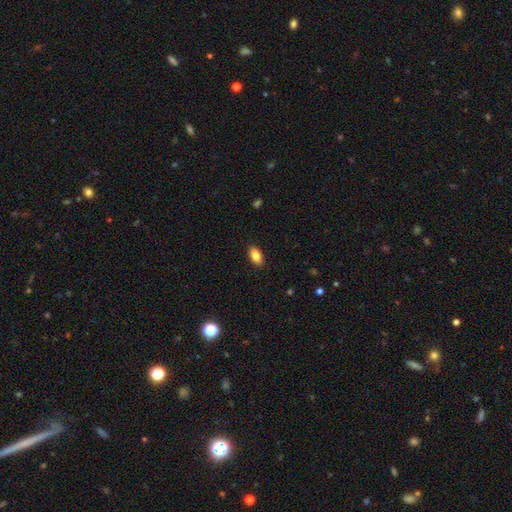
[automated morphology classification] Smooth or featured?
  - smooth: 84% *
  - featured or disk: 8%
  - star or artifact: 8%
How rounded?
  - in between: 91% *
  - cigar-shaped: 5%
  - round: 5%
Merging?
  - none: 89% *
  - minor disturbance: 8%
  - major disturbance: 2%
  - merger: 1%